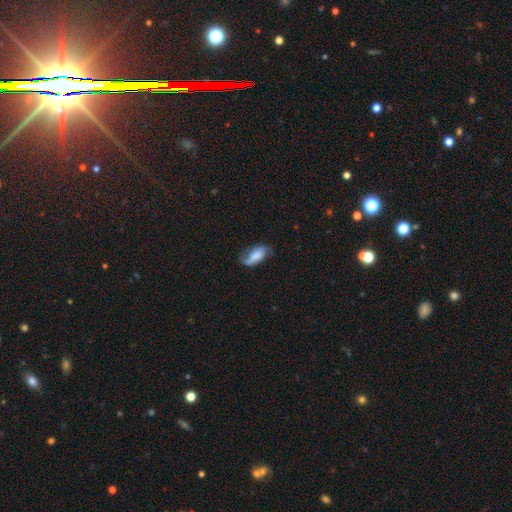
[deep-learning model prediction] smooth_or_featured: featured or disk (p=0.50) [alt: smooth p=0.42]
merging: none (p=0.59) [alt: minor disturbance p=0.26]